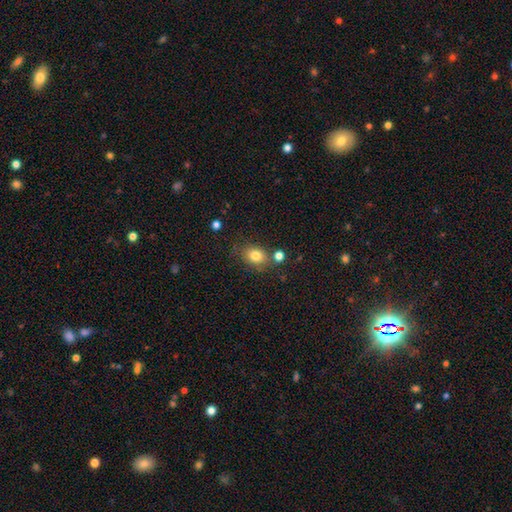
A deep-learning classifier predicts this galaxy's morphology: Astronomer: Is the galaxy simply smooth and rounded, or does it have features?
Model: smooth — 81%.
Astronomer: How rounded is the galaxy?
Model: in between — 57% (runner-up: round, 42%).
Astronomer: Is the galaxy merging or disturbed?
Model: none — 70%.